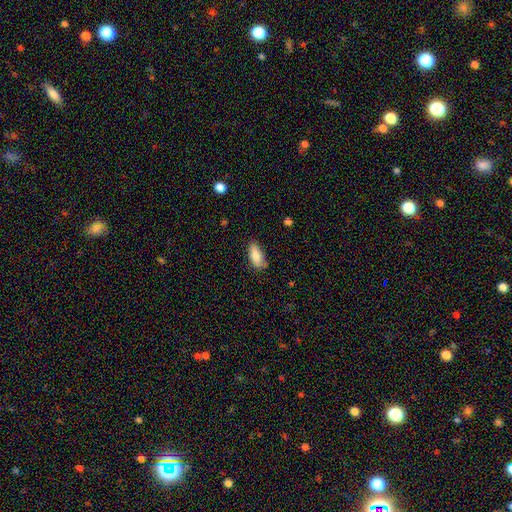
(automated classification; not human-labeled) Smooth or featured: smooth — 83% (featured or disk — 10%)
How rounded: in between — 84% (cigar-shaped — 14%)
Merging: none — 80% (minor disturbance — 16%)